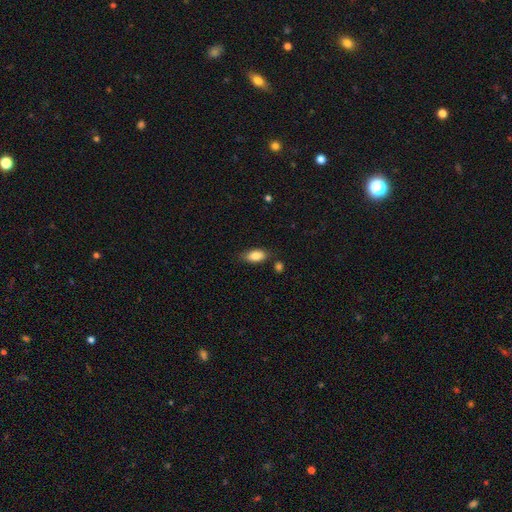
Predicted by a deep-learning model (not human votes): This appears to be a smooth galaxy with no disk features (85%) that is in between round and cigar-shaped (89%). Merging: none (74%).